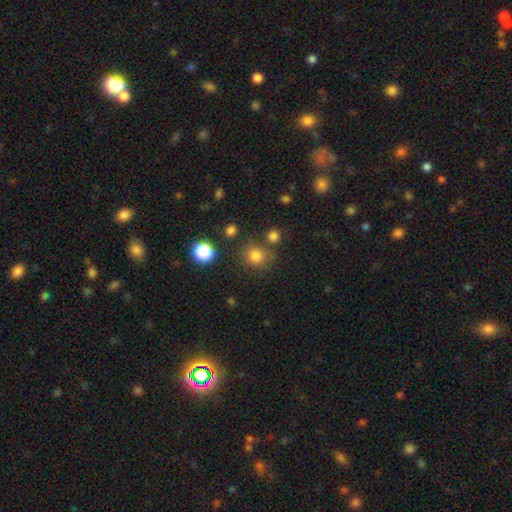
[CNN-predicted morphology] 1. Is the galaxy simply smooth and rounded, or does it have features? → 79% smooth, 16% star or artifact, 6% featured or disk.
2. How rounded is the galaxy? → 88% round, 11% in between, 1% cigar-shaped.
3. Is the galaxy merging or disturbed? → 74% none, 12% minor disturbance, 9% merger, 5% major disturbance.